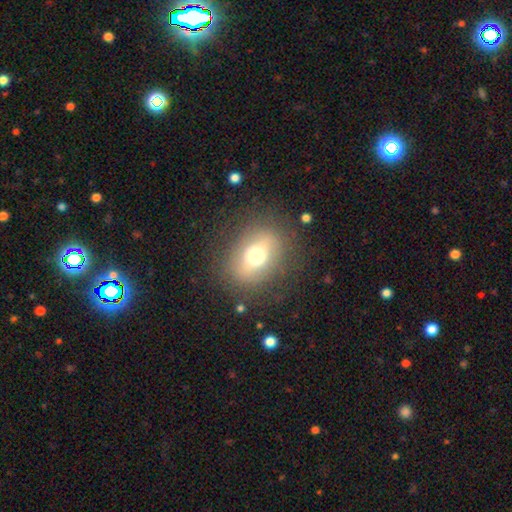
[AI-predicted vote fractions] Q: Smooth or featured?
A: smooth (55%); runner-up: featured or disk (33%)
Q: How rounded?
A: in between (53%); runner-up: round (44%)
Q: Merging?
A: none (80%); runner-up: minor disturbance (12%)